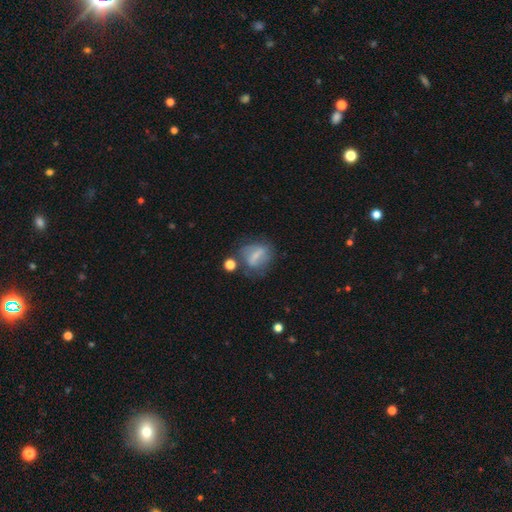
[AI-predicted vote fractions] The model was most divided on "smooth or featured": smooth: 47%, featured or disk: 43%, star or artifact: 10%. More confident: merging — none (53%).